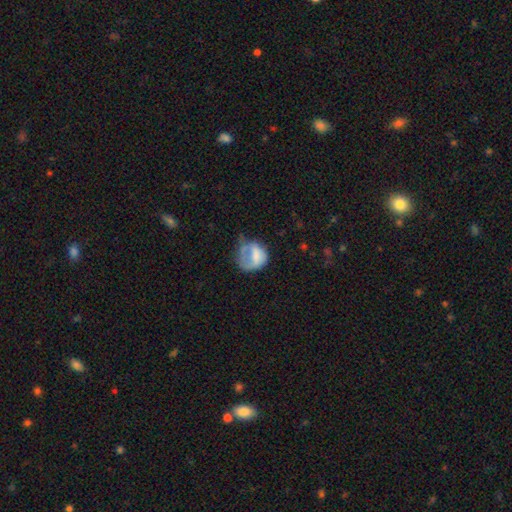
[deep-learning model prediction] This appears to be a smooth galaxy with no disk features (60%) that is round (63%). Merging: major disturbance (41%).